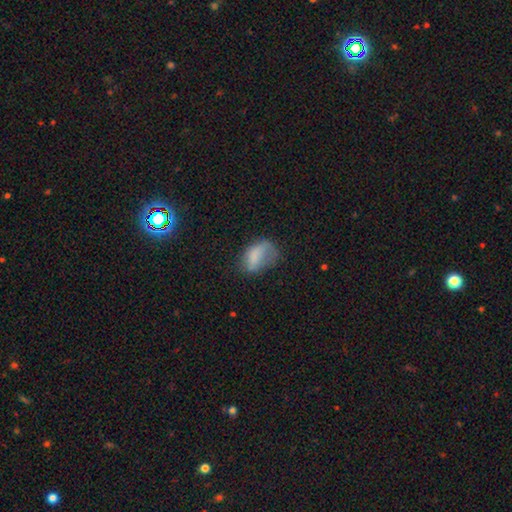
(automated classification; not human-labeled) Smooth or featured?
  - smooth: 71% *
  - featured or disk: 19%
  - star or artifact: 10%
How rounded?
  - in between: 86% *
  - round: 12%
  - cigar-shaped: 2%
Merging?
  - none: 33% *
  - major disturbance: 32%
  - minor disturbance: 32%
  - merger: 3%